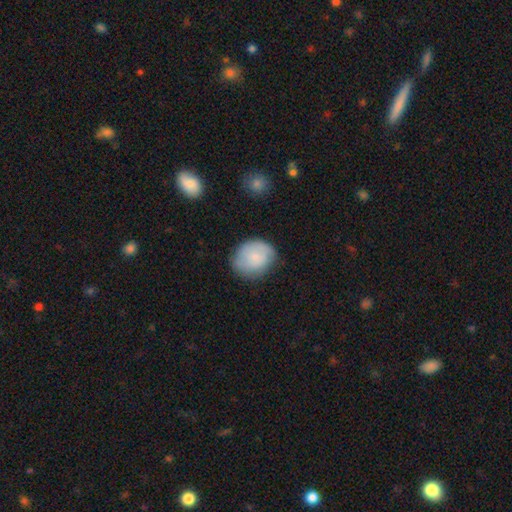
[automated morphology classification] Overall: smooth (65%; featured or disk 28%). How rounded: round (58%; in between 41%). Merging: none (67%).